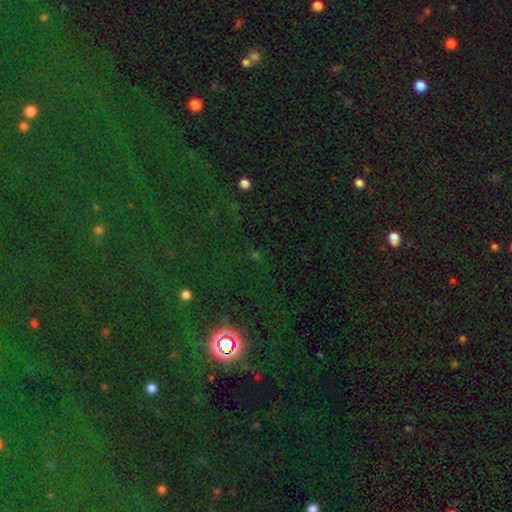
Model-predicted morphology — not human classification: A star or artifact, not a galaxy (74%).

Vote fractions:
- Smooth or featured? star or artifact: 74% / smooth: 18% / featured or disk: 8%